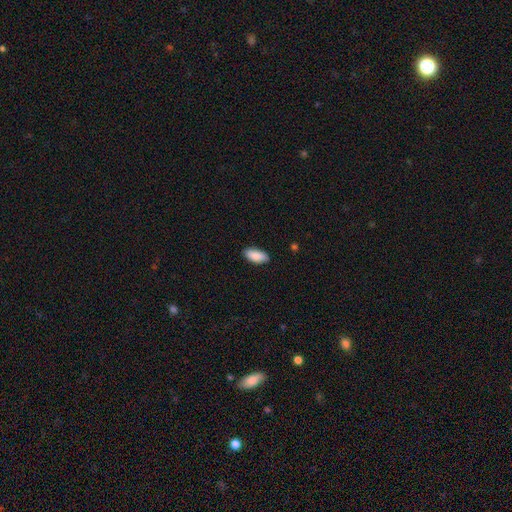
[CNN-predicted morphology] This appears to be a smooth galaxy with no disk features (90%) that is in between round and cigar-shaped (90%). Merging: none (87%).